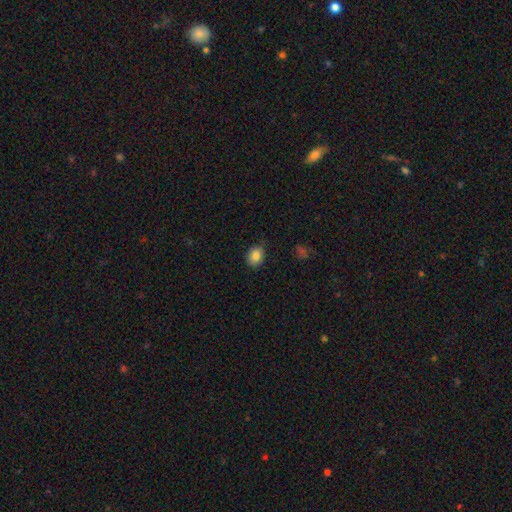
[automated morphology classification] This appears to be a smooth galaxy with no disk features (84%) that is round (54%). Merging: none (79%).